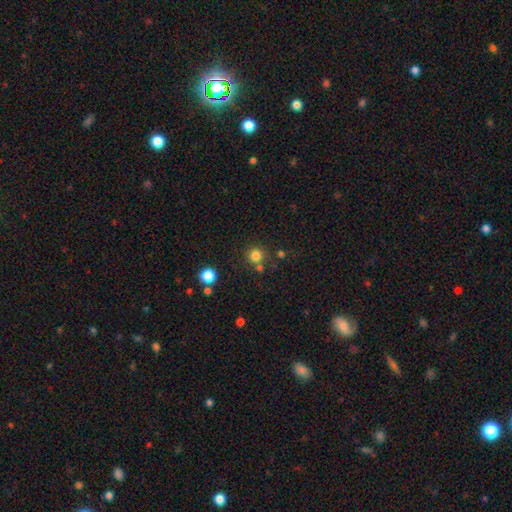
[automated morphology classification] Smooth or featured: smooth — 79% (star or artifact — 15%)
How rounded: round — 93% (in between — 6%)
Merging: none — 74% (merger — 13%)